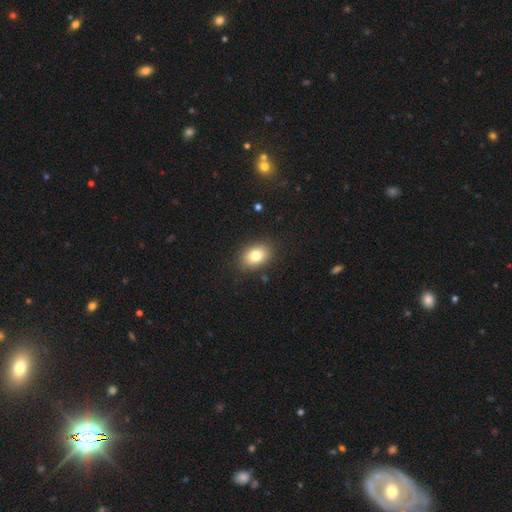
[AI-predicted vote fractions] smooth-or-featured: smooth: 80% | featured or disk: 10% | star or artifact: 9%
  how-rounded: in between: 78% | round: 21% | cigar-shaped: 1%
  merging: none: 87% | minor disturbance: 9% | major disturbance: 3% | merger: 1%